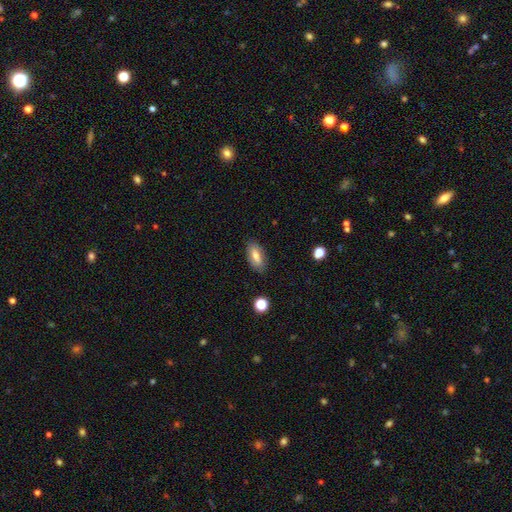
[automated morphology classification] A smooth galaxy with no disk features (75%) that is in between round and cigar-shaped (85%).

Vote fractions:
- Smooth or featured? smooth: 75% / featured or disk: 17% / star or artifact: 8%
- How rounded? in between: 85% / cigar-shaped: 12% / round: 3%
- Merging? none: 84% / minor disturbance: 12% / major disturbance: 3% / merger: 1%